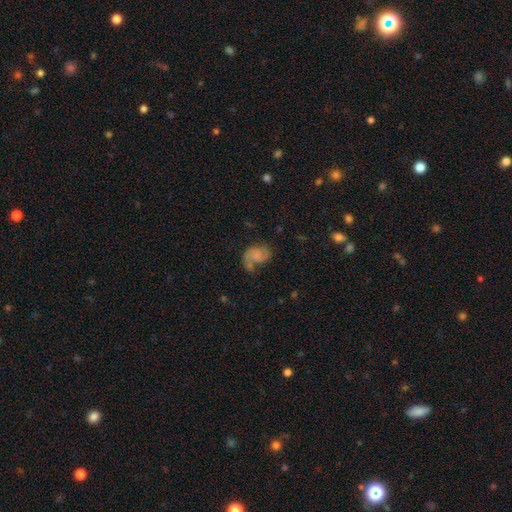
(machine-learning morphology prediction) Overall: featured or disk (56%; smooth 34%). Edge-on disk: no (98%). Bar: no (67%; weak 28%). Spiral arms: yes (85%). Bulge size: none (56%; small 24%). Merging: none (42%; minor disturbance 25%).